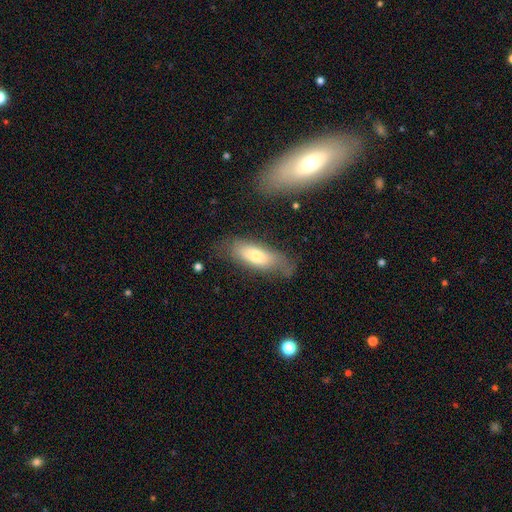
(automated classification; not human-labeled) Q: Smooth or featured?
A: smooth (67%); runner-up: featured or disk (27%)
Q: How rounded?
A: in between (66%); runner-up: cigar-shaped (32%)
Q: Merging?
A: none (60%); runner-up: minor disturbance (25%)